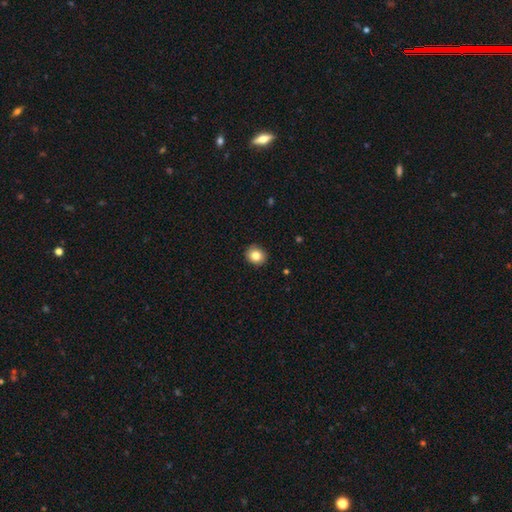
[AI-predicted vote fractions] Q: Smooth or featured?
A: smooth (83%); runner-up: star or artifact (10%)
Q: How rounded?
A: round (80%); runner-up: in between (19%)
Q: Merging?
A: none (90%); runner-up: minor disturbance (7%)